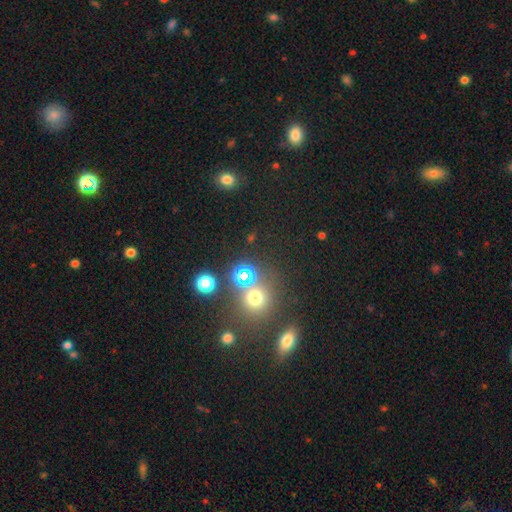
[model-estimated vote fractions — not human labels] A smooth galaxy with no disk features (45%).

Vote fractions:
- Smooth or featured? smooth: 45% / star or artifact: 44% / featured or disk: 11%
- Merging? none: 59% / merger: 29% / minor disturbance: 8% / major disturbance: 4%